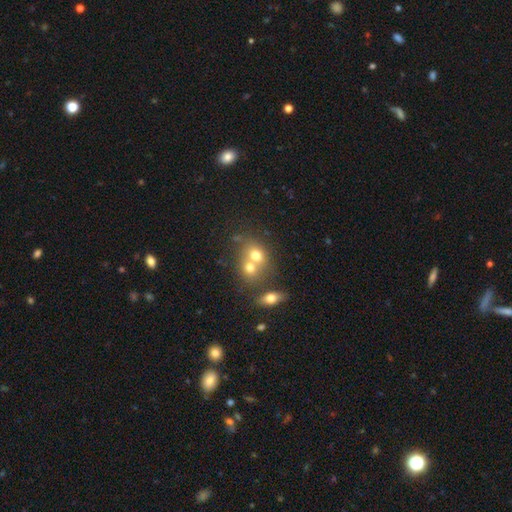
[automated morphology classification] Q: Smooth or featured?
A: smooth (69%); runner-up: featured or disk (20%)
Q: How rounded?
A: round (58%); runner-up: in between (41%)
Q: Merging?
A: merger (64%); runner-up: none (26%)